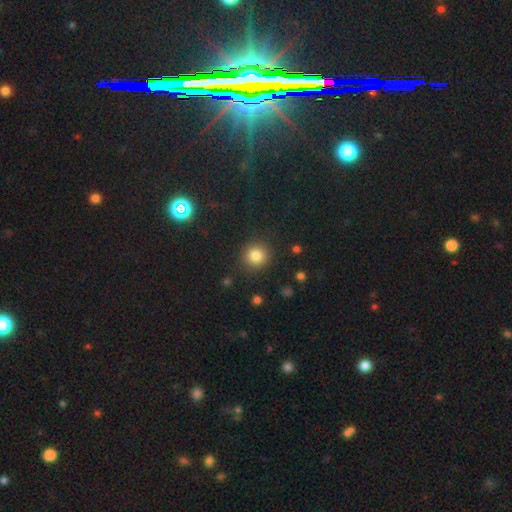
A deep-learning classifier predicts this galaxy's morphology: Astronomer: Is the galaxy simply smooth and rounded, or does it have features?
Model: smooth — 83%.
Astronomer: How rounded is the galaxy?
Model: round — 91%.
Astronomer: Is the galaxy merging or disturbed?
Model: none — 89%.